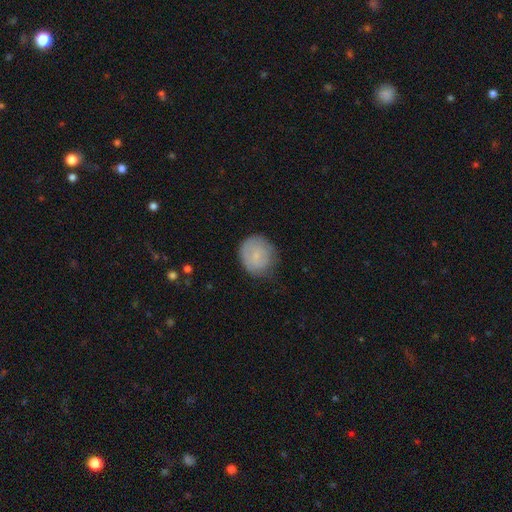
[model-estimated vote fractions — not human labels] Morphology: type=smooth (74%); roundness=round (79%); merging=none (68%).